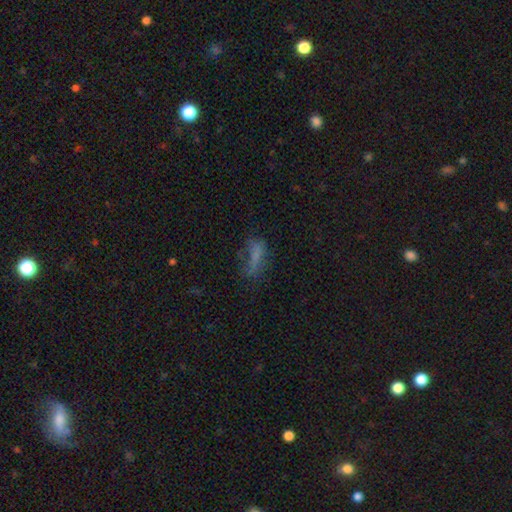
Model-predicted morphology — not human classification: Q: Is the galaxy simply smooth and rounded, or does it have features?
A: smooth — 61%.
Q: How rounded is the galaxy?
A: in between — 53%.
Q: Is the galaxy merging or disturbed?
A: none — 43%.